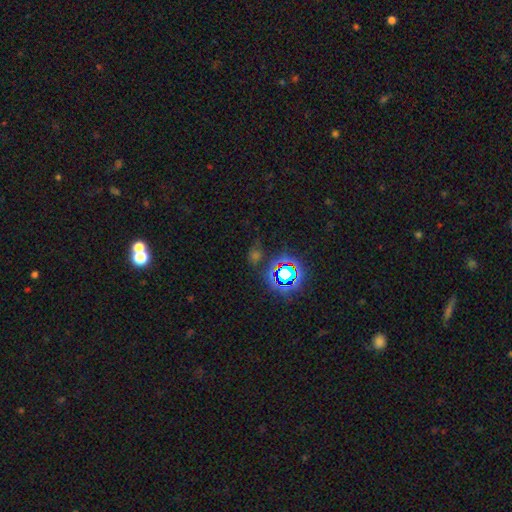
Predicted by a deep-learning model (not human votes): star or artifact 64%, smooth 26%, featured or disk 10%.